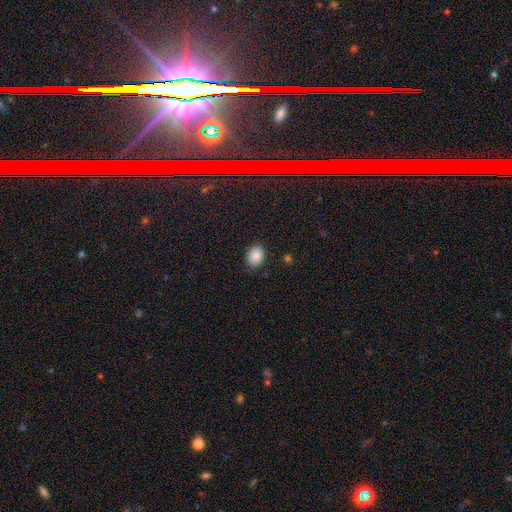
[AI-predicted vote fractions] A smooth galaxy with no disk features (88%) that is in between round and cigar-shaped (60%).

Vote fractions:
- Smooth or featured? smooth: 88% / star or artifact: 8% / featured or disk: 4%
- How rounded? in between: 60% / round: 39% / cigar-shaped: 1%
- Merging? none: 85% / minor disturbance: 11% / major disturbance: 3% / merger: 1%